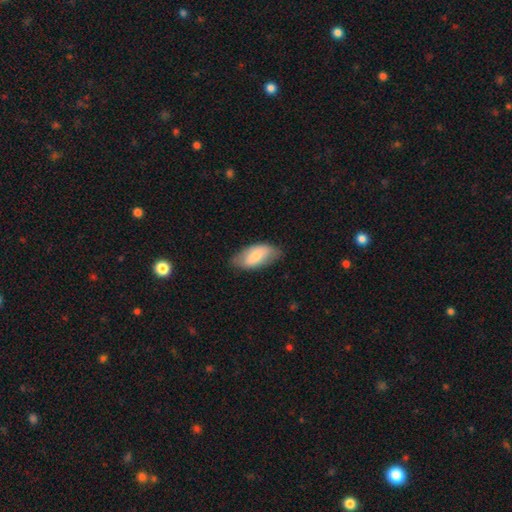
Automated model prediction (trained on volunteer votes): The model was most divided on "merging": none: 72%, minor disturbance: 22%, major disturbance: 5%, merger: 1%. More confident: how rounded — in between (93%); smooth or featured — smooth (73%).